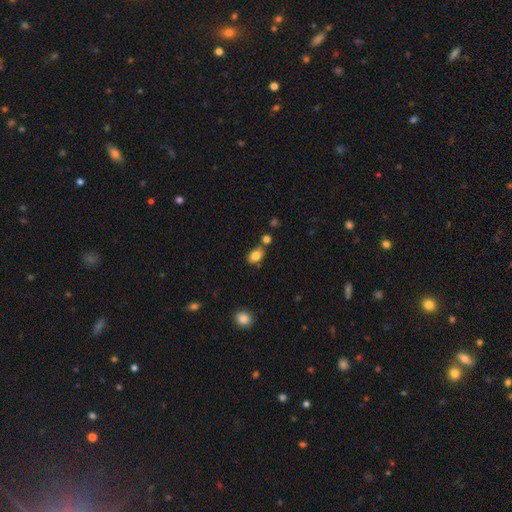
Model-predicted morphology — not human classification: Smooth or featured? Predicted: smooth (p=0.82). How rounded? Predicted: in between (p=0.78). Merging? Predicted: none (p=0.63).